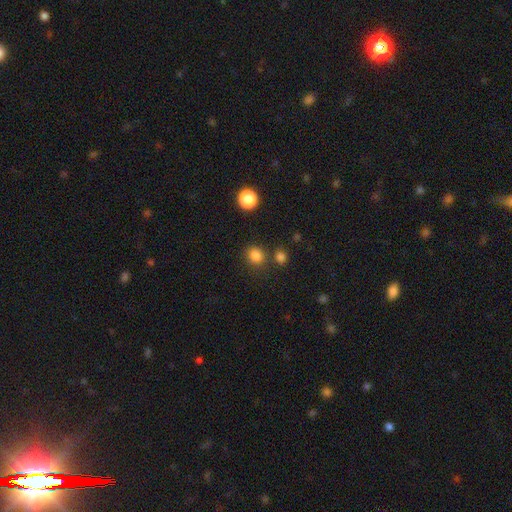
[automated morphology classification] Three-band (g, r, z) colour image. It shows a smooth galaxy with no disk features (82%) that is round (82%). Merging: none (78%).